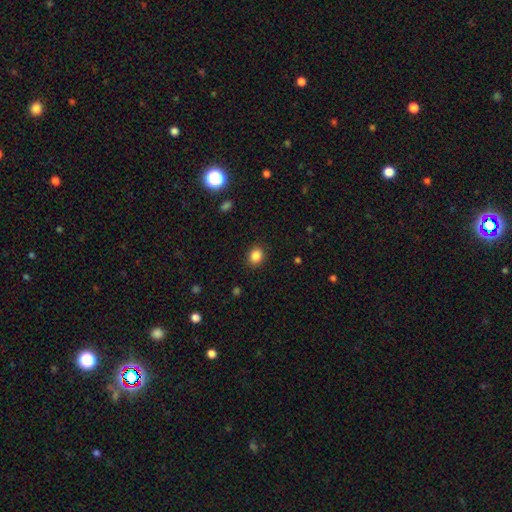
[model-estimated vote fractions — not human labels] Q: Smooth or featured?
A: smooth (86%); runner-up: star or artifact (11%)
Q: How rounded?
A: round (66%); runner-up: in between (33%)
Q: Merging?
A: none (89%); runner-up: minor disturbance (7%)